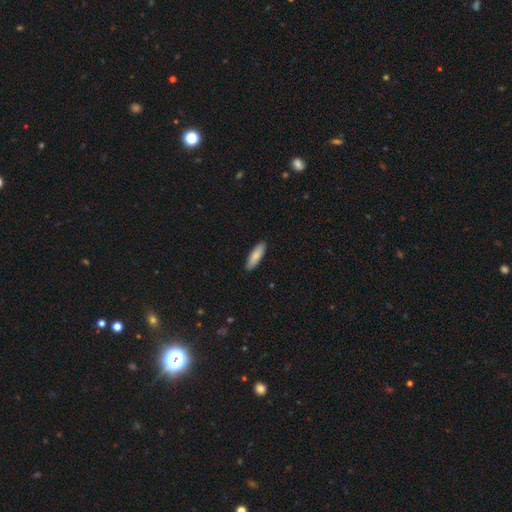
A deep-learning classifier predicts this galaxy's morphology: Smooth or featured? smooth (84%)
How rounded? cigar-shaped (50%)
Merging? none (90%)